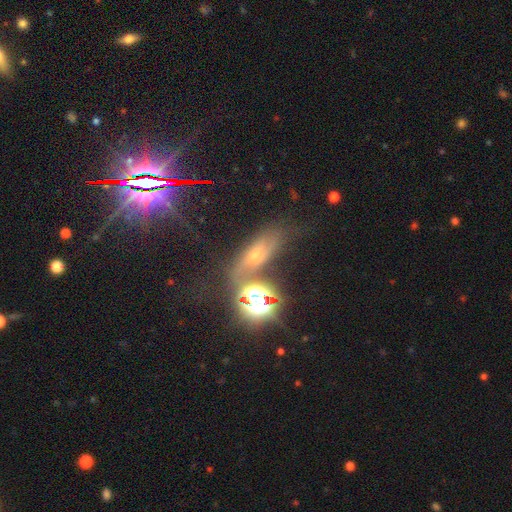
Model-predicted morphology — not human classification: Smooth or featured?
  - featured or disk: 35% *
  - smooth: 32%
  - star or artifact: 32%
Merging?
  - none: 59% *
  - minor disturbance: 19%
  - major disturbance: 12%
  - merger: 10%